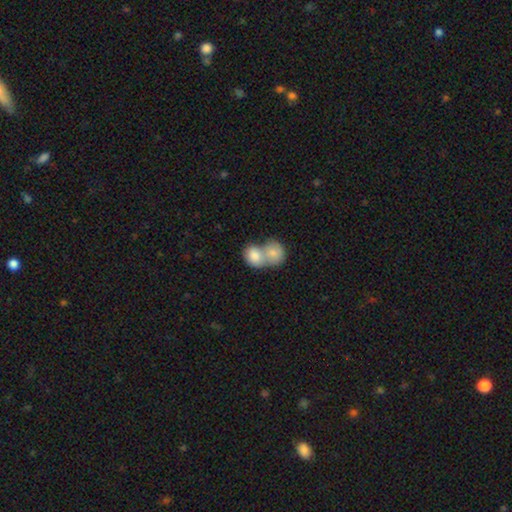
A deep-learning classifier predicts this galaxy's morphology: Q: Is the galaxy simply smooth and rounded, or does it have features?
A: smooth — 81%.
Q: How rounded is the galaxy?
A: round — 51%.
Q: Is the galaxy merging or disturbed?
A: merger — 75%.